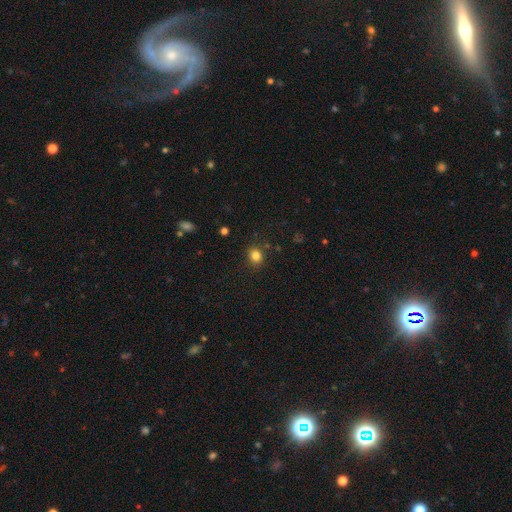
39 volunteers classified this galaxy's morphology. A smooth galaxy with no disk features (82%) that is round (59%).

Vote fractions:
- Smooth or featured? smooth: 82% / star or artifact: 13% / featured or disk: 5%
- How rounded? round: 59% / in between: 41% / cigar-shaped: 0%
- Merging? none: 76% / major disturbance: 18% / minor disturbance: 6% / merger: 0%